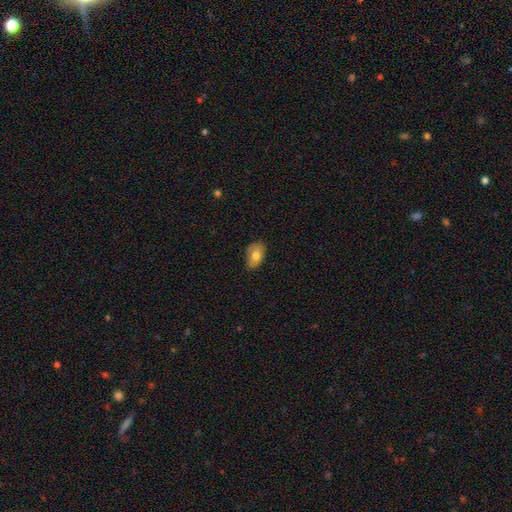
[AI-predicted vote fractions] This is likely a smooth galaxy (73%). How rounded: clearly in between (86%). Merging: likely none (72%).